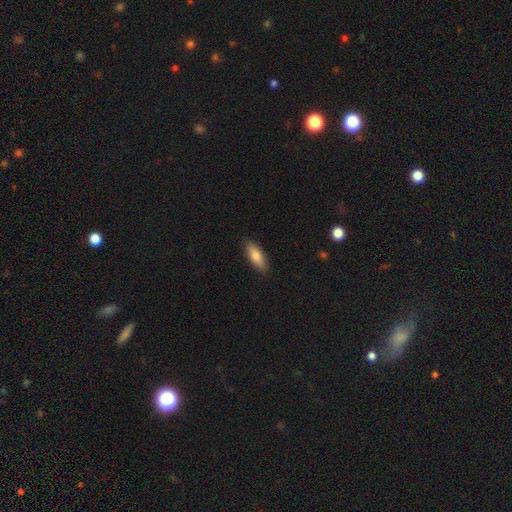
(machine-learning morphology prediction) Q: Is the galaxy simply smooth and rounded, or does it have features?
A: smooth — 81%.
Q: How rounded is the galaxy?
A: in between — 68%.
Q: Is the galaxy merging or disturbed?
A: none — 88%.